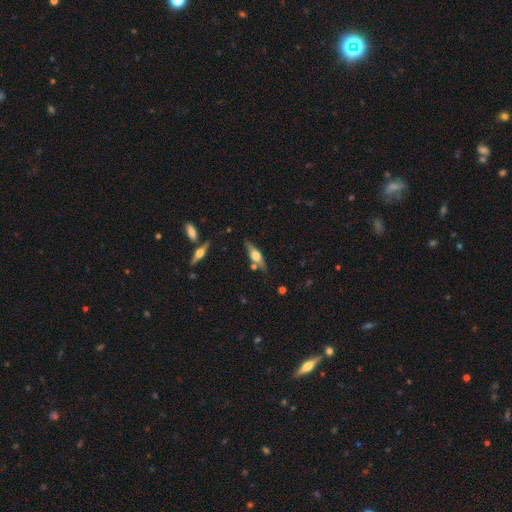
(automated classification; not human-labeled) Morphology: type=featured or disk (61%); edge-on=yes (93%); edge-on bulge=rounded (89%); merging=none (76%).